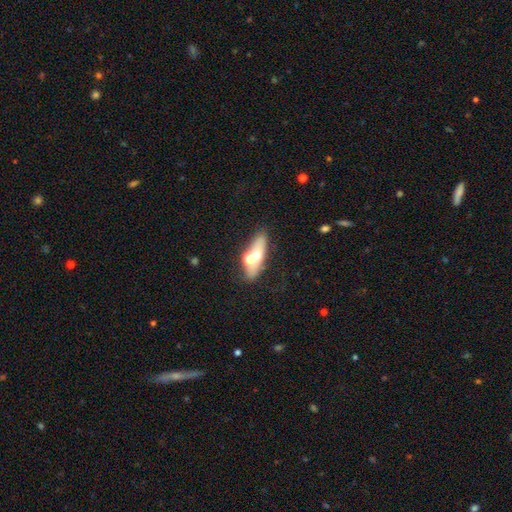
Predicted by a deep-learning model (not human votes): A smooth galaxy with no disk features (52%) that is in between round and cigar-shaped (60%). Merging: none (41%).